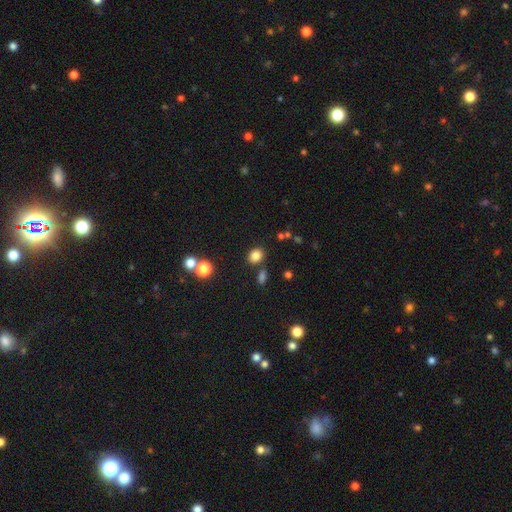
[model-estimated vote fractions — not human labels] This is clearly a smooth galaxy (82%). How rounded: possibly round (57%). Merging: likely none (79%).